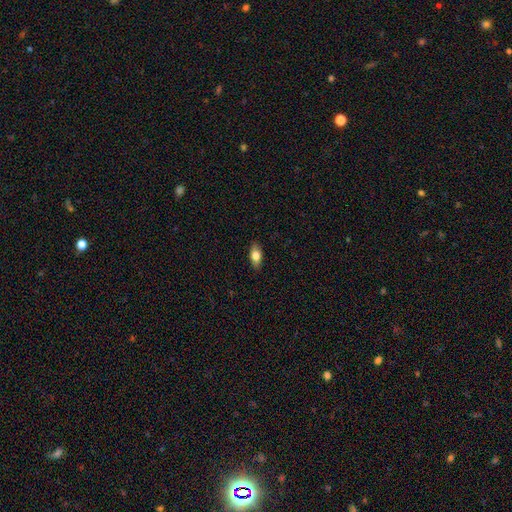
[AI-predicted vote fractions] Overall: smooth (77%). How rounded: in between (86%). Merging: none (87%).